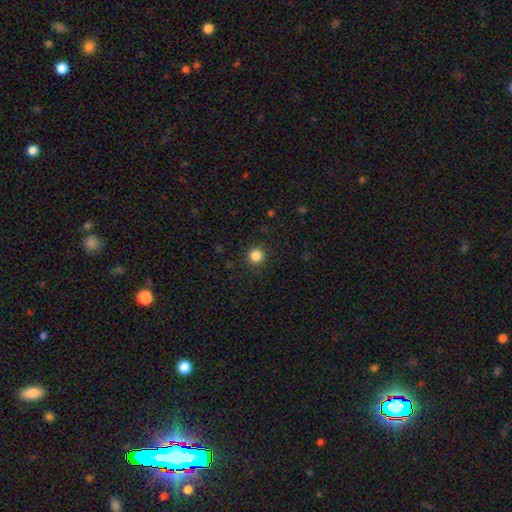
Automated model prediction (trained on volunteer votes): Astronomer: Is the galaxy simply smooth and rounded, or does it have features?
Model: smooth — 84%.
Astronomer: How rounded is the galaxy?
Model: round — 94%.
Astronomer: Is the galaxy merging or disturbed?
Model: none — 91%.